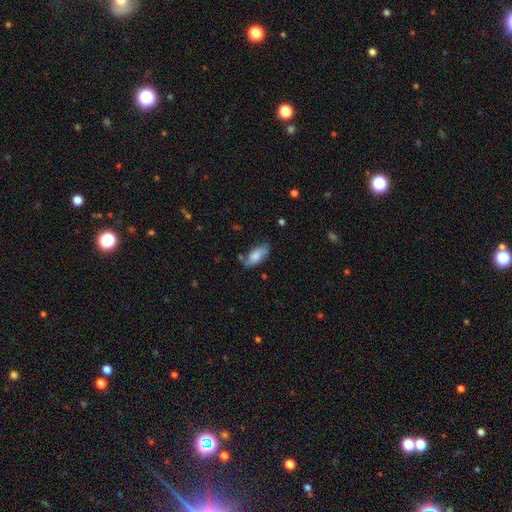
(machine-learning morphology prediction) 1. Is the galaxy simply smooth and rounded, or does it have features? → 74% smooth, 19% featured or disk, 7% star or artifact.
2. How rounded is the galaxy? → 85% in between, 13% cigar-shaped, 2% round.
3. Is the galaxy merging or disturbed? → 66% none, 23% minor disturbance, 6% major disturbance, 5% merger.